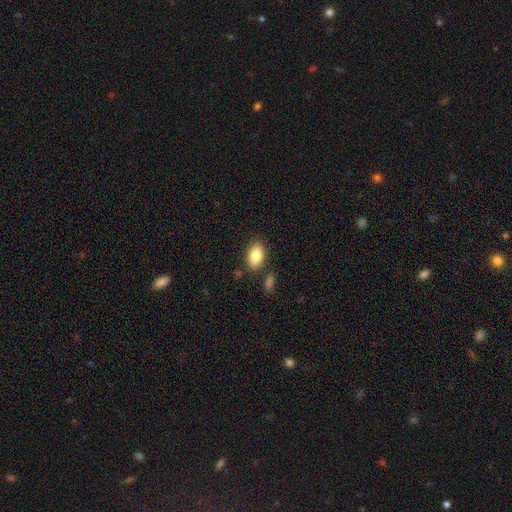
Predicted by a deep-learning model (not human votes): Smooth or featured? smooth (85%)
How rounded? in between (90%)
Merging? none (80%)